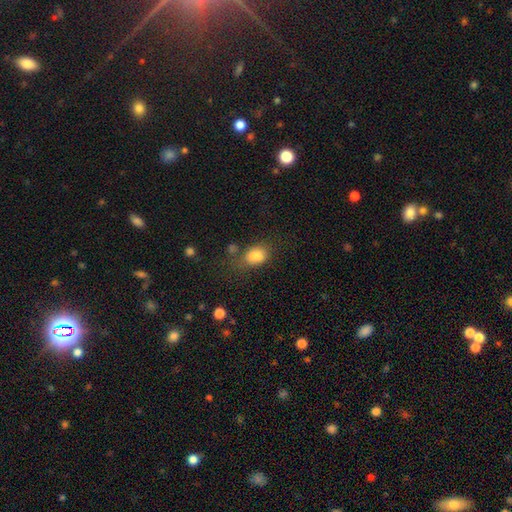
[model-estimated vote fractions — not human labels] Morphology: type=smooth (83%); roundness=in between (73%); merging=none (55%).